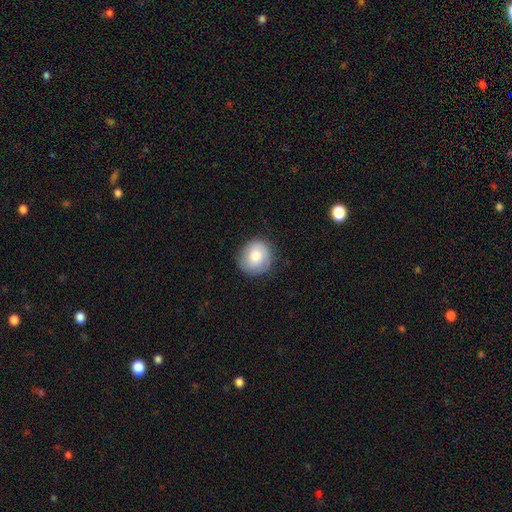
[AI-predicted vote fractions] smooth-or-featured: smooth: 75% | featured or disk: 17% | star or artifact: 8%
  how-rounded: round: 84% | in between: 15% | cigar-shaped: 1%
  merging: none: 82% | minor disturbance: 13% | major disturbance: 3% | merger: 1%